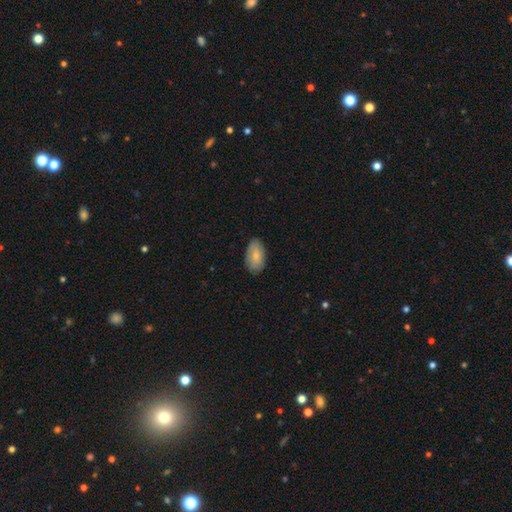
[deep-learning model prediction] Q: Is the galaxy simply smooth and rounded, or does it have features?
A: smooth — 75%.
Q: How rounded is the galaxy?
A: in between — 94%.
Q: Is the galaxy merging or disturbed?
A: none — 83%.